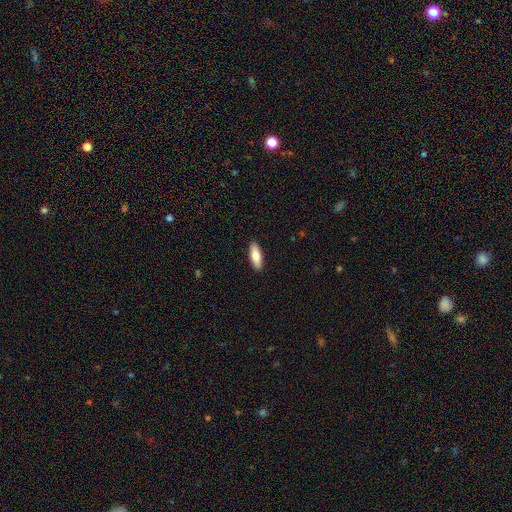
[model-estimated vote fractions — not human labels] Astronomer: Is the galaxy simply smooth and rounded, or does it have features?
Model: smooth — 79%.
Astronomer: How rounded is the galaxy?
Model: in between — 66%.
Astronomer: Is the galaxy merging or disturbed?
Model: none — 91%.